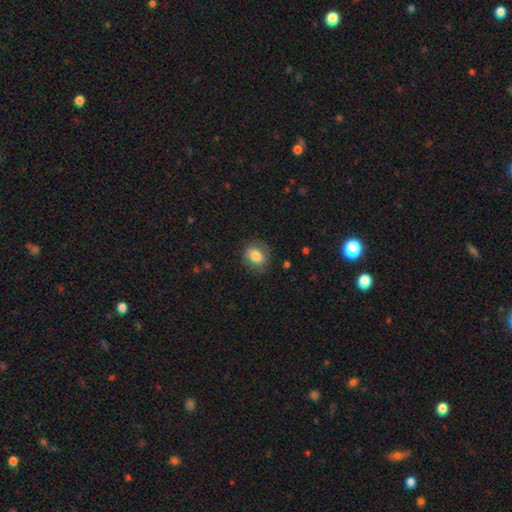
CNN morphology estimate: A smooth galaxy with no disk features (79%) that is in between round and cigar-shaped (50%).

Vote fractions:
- Smooth or featured? smooth: 79% / featured or disk: 13% / star or artifact: 8%
- How rounded? in between: 50% / round: 49% / cigar-shaped: 1%
- Merging? none: 80% / minor disturbance: 14% / major disturbance: 5% / merger: 1%